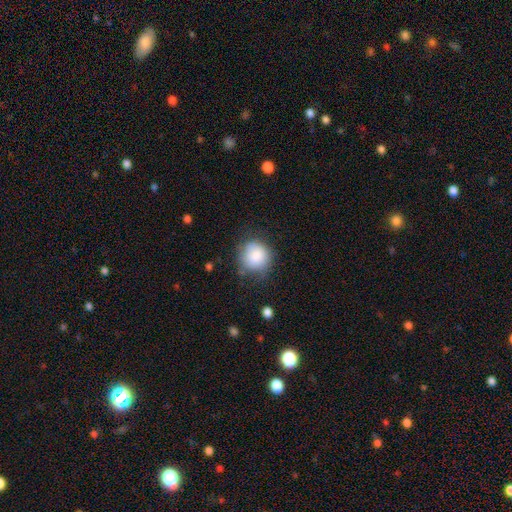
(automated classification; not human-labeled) Smooth or featured: smooth — 84% (featured or disk — 8%)
How rounded: round — 86% (in between — 13%)
Merging: none — 60% (minor disturbance — 28%)